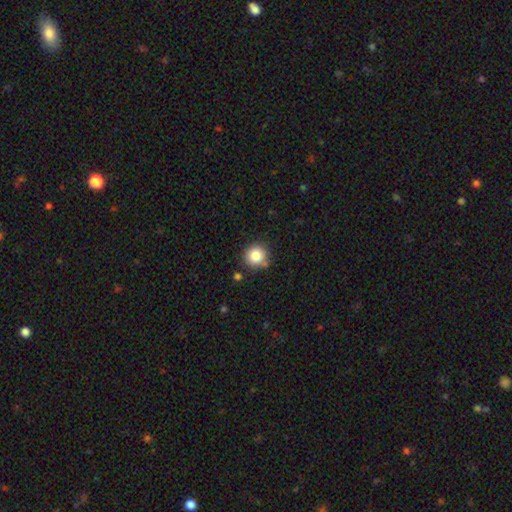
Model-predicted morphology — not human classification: This is clearly a smooth galaxy (84%). How rounded: clearly round (92%). Merging: likely none (79%).